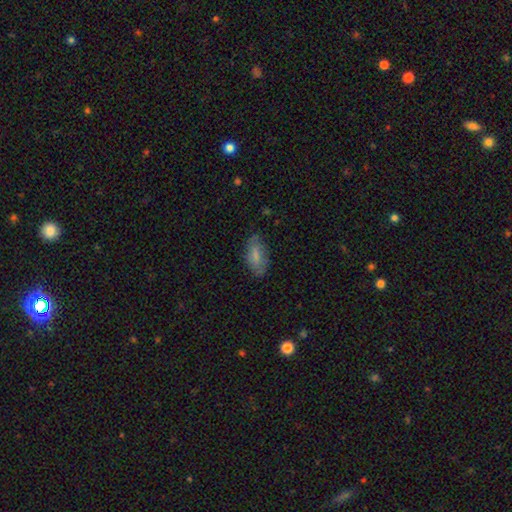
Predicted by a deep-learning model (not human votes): Smooth or featured? Predicted: smooth (p=0.76). How rounded? Predicted: in between (p=0.88). Merging? Predicted: none (p=0.76).